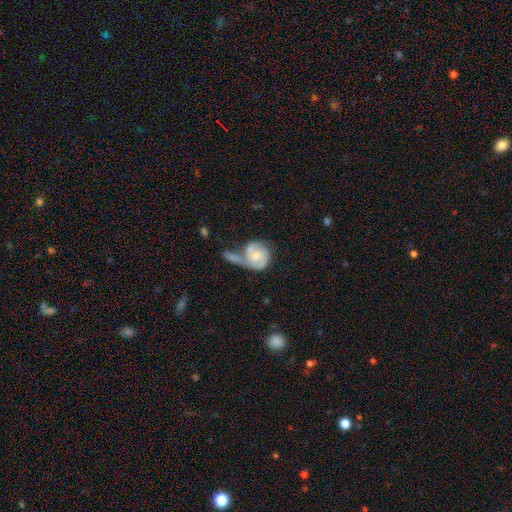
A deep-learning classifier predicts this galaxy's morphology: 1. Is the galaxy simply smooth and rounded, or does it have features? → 67% featured or disk, 27% smooth, 6% star or artifact.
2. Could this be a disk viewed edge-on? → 97% no, 3% yes.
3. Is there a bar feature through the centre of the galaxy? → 67% no, 28% weak, 5% strong.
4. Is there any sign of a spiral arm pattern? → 88% yes, 12% no.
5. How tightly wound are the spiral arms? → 40% tight, 39% medium, 21% loose.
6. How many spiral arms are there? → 62% 2, 17% 1, 13% can't tell, 5% 3, 2% 4, 2% more than 4.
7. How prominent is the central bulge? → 46% small, 37% moderate, 11% none, 4% large, 1% dominant.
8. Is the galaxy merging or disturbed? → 42% merger, 23% none, 19% major disturbance, 15% minor disturbance.